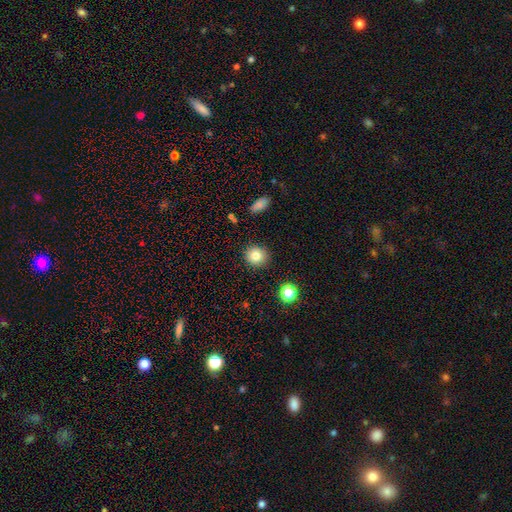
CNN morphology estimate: smooth 81%, star or artifact 11%, featured or disk 8%. Down the decision tree: how rounded — round (87%); merging — none (89%).